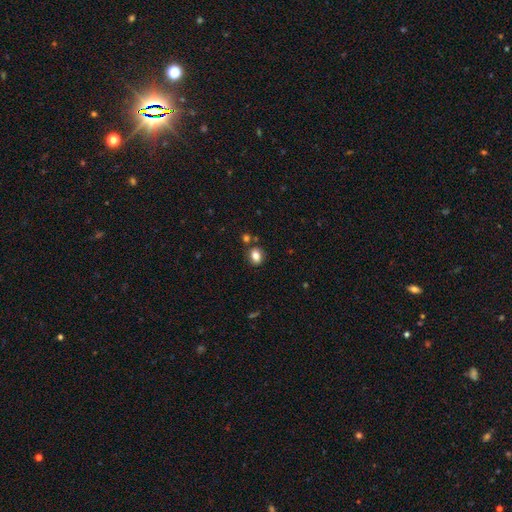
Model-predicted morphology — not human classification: Smooth or featured? Predicted: smooth (p=0.81). How rounded? Predicted: in between (p=0.53). Merging? Predicted: none (p=0.76).